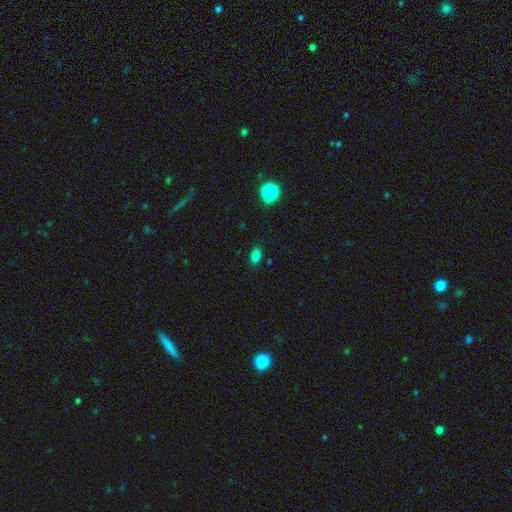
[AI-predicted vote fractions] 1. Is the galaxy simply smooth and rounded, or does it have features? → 79% smooth, 15% star or artifact, 5% featured or disk.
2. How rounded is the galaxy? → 81% in between, 17% round, 2% cigar-shaped.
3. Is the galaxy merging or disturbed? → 83% none, 12% minor disturbance, 3% major disturbance, 2% merger.